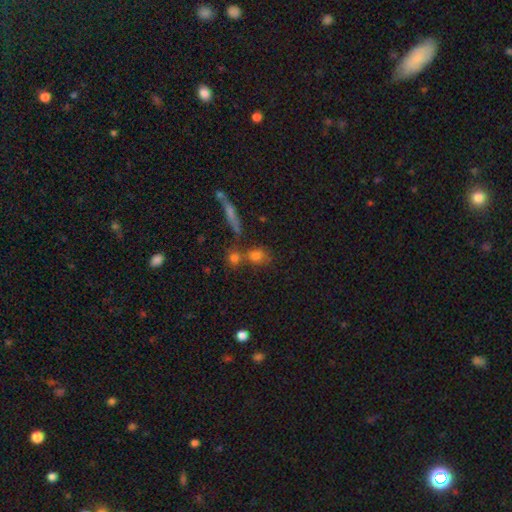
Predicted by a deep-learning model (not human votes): smooth 71%, star or artifact 16%, featured or disk 13%. Down the decision tree: how rounded — round (56%); merging — none (57%).